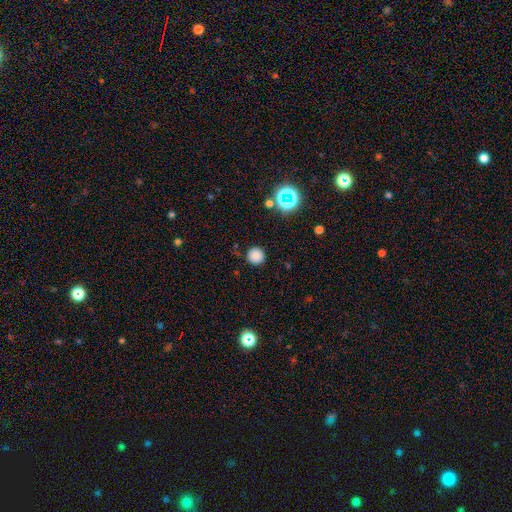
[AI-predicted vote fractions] Q: Smooth or featured?
A: smooth (80%); runner-up: star or artifact (15%)
Q: How rounded?
A: round (95%); runner-up: in between (4%)
Q: Merging?
A: none (89%); runner-up: minor disturbance (7%)